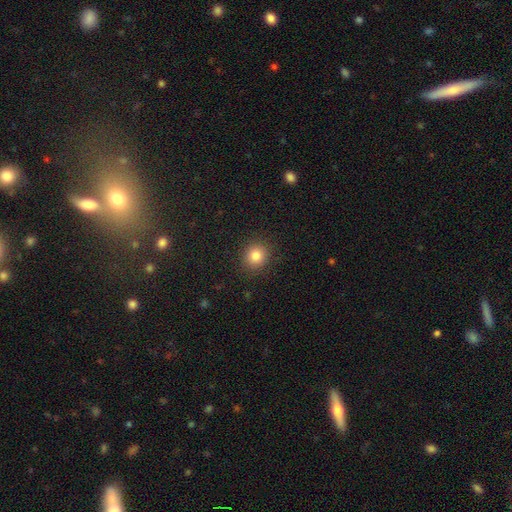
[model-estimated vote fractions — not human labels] Smooth or featured?
  - smooth: 83% *
  - star or artifact: 11%
  - featured or disk: 6%
How rounded?
  - round: 84% *
  - in between: 16%
  - cigar-shaped: 1%
Merging?
  - none: 89% *
  - minor disturbance: 7%
  - major disturbance: 3%
  - merger: 1%